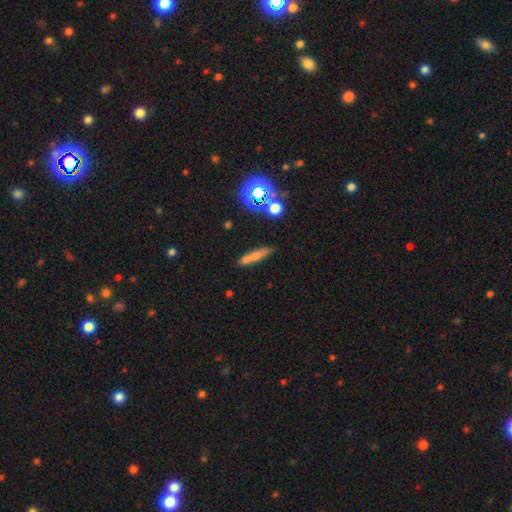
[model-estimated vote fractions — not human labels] smooth-or-featured: smooth: 63% | featured or disk: 21% | star or artifact: 16%
  how-rounded: cigar-shaped: 75% | in between: 19% | round: 6%
  merging: none: 61% | merger: 21% | minor disturbance: 13% | major disturbance: 5%